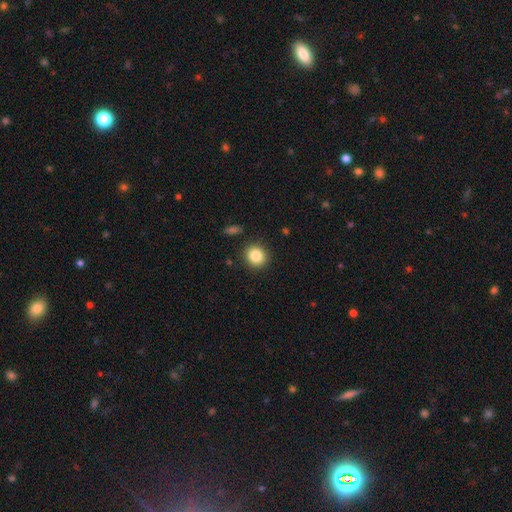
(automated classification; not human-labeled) A smooth galaxy with no disk features (85%) that is round (88%). Merging: none (90%).